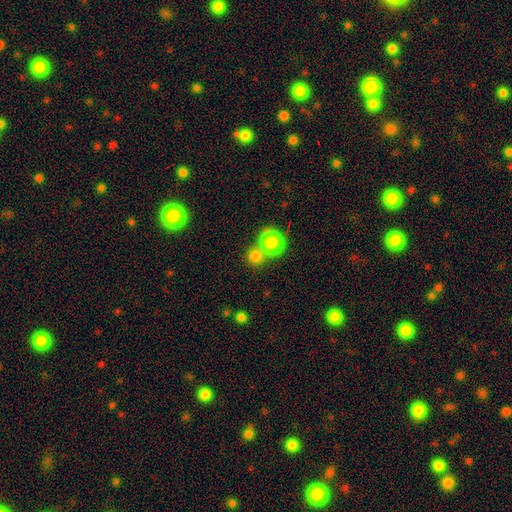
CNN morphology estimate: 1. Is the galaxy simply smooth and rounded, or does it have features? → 83% smooth, 10% star or artifact, 7% featured or disk.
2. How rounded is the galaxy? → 83% round, 16% in between, 1% cigar-shaped.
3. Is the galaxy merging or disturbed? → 48% none, 41% merger, 8% minor disturbance, 3% major disturbance.